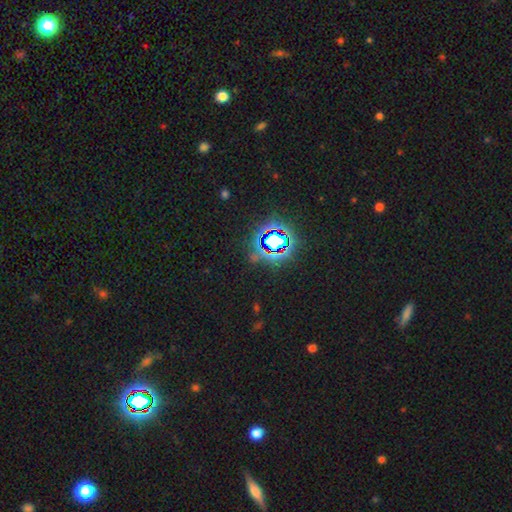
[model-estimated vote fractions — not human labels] star or artifact 77%, smooth 15%, featured or disk 8%.